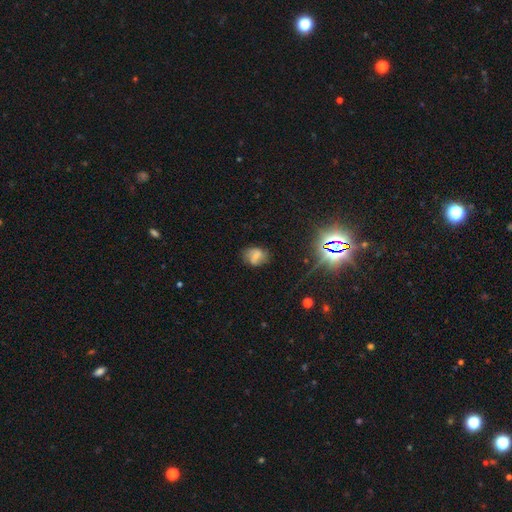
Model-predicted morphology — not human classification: Overall: smooth (44%; featured or disk 40%). Merging: none (66%).